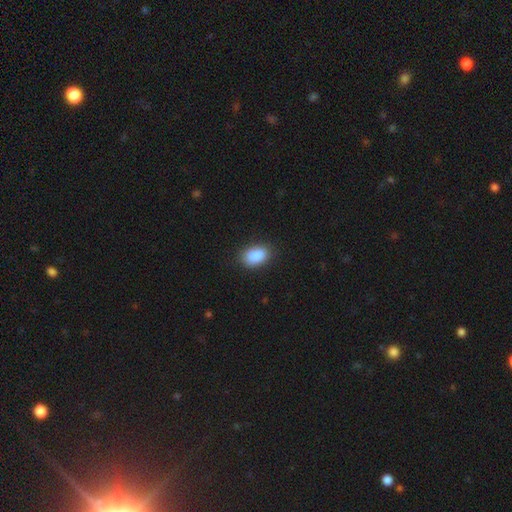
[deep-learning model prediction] Smooth or featured? Predicted: smooth (p=0.88). How rounded? Predicted: in between (p=0.86). Merging? Predicted: none (p=0.78).